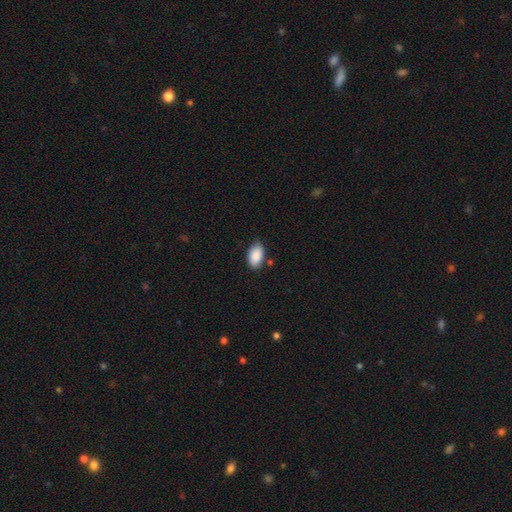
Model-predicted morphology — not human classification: Q: Smooth or featured?
A: smooth (90%); runner-up: star or artifact (6%)
Q: How rounded?
A: in between (94%); runner-up: round (5%)
Q: Merging?
A: none (79%); runner-up: minor disturbance (15%)